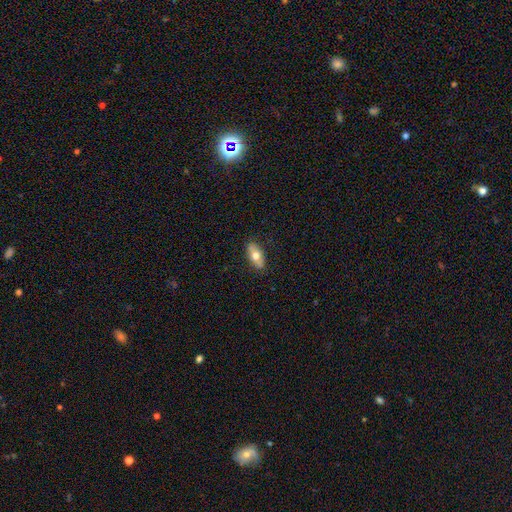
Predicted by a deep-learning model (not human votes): Morphology: type=smooth (63%); roundness=in between (86%); merging=none (86%).